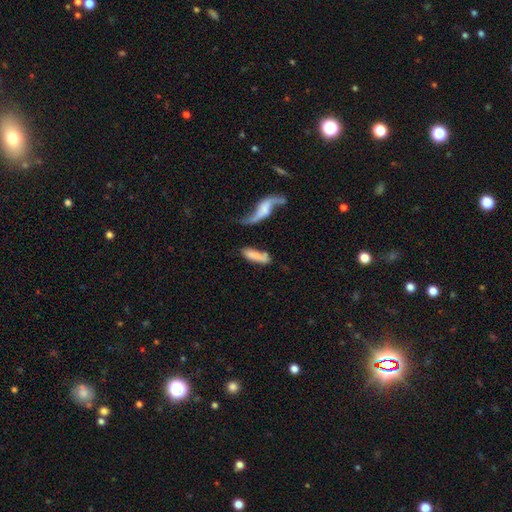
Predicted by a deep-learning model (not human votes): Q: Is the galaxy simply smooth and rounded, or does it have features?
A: smooth — 67%.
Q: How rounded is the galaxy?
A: cigar-shaped — 58%.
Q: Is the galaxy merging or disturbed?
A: none — 44%.